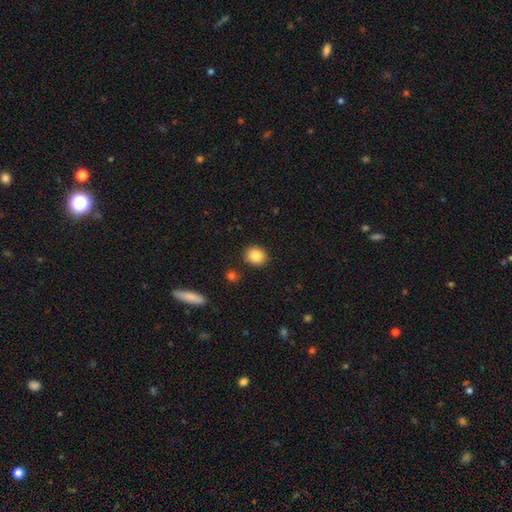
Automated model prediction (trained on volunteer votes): Smooth or featured: smooth — 86% (star or artifact — 9%)
How rounded: round — 77% (in between — 22%)
Merging: none — 89% (minor disturbance — 7%)